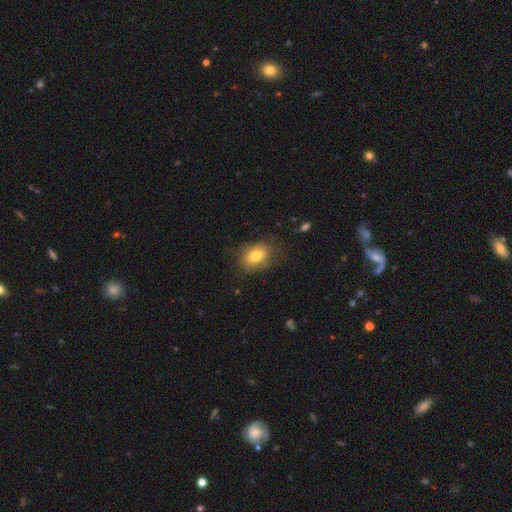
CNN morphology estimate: The model was most divided on "merging": none: 73%, minor disturbance: 19%, major disturbance: 7%, merger: 1%. More confident: how rounded — in between (80%); smooth or featured — smooth (79%).